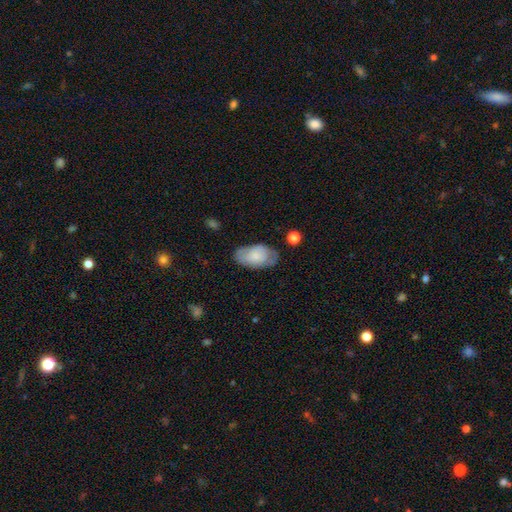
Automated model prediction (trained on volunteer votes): Smooth or featured? Predicted: smooth (p=0.67). How rounded? Predicted: in between (p=0.93). Merging? Predicted: none (p=0.62).